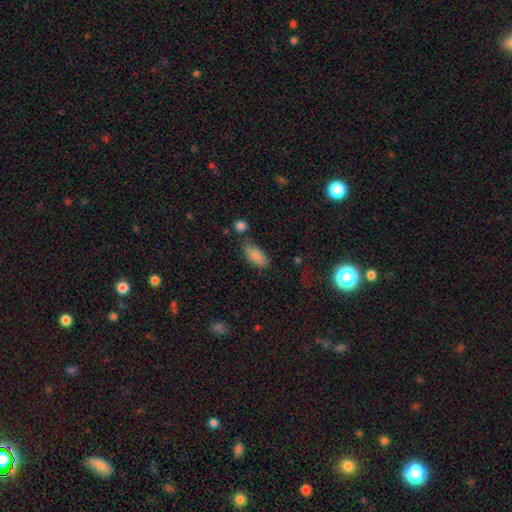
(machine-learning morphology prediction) A smooth galaxy with no disk features (75%) that is in between round and cigar-shaped (88%).

Vote fractions:
- Smooth or featured? smooth: 75% / featured or disk: 13% / star or artifact: 12%
- How rounded? in between: 88% / cigar-shaped: 7% / round: 5%
- Merging? none: 73% / minor disturbance: 17% / merger: 6% / major disturbance: 4%